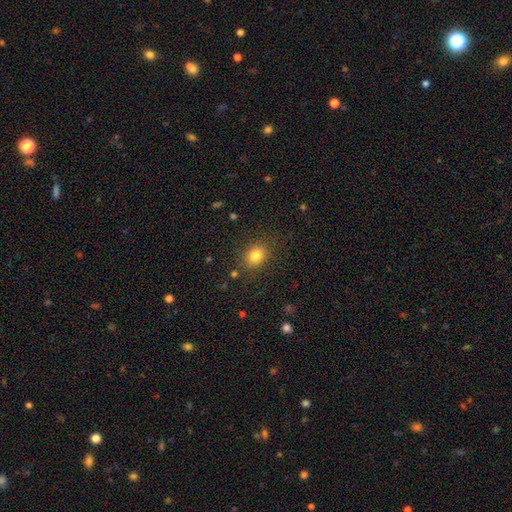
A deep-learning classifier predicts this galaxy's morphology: type=smooth (81%); roundness=round (57%); merging=none (85%).